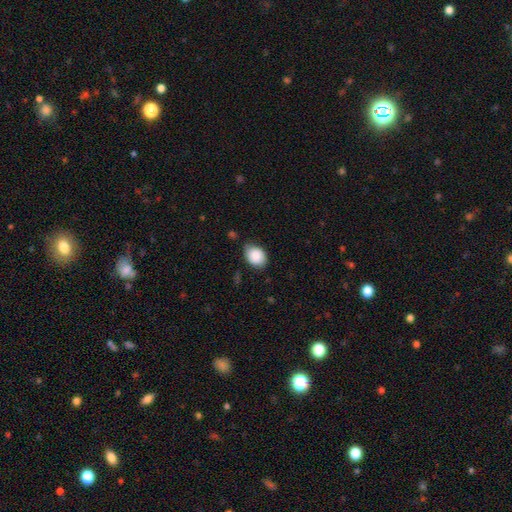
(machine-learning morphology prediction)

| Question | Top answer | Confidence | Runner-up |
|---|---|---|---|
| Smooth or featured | smooth | 84% | featured or disk (9%) |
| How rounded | in between | 70% | round (29%) |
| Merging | none | 64% | minor disturbance (29%) |